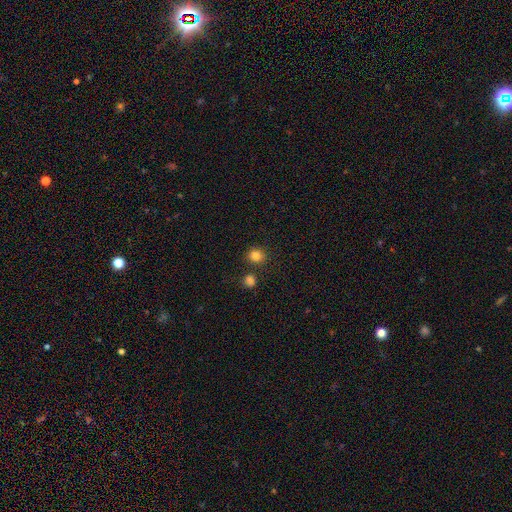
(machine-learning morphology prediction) A smooth galaxy with no disk features (83%) that is round (83%).

Vote fractions:
- Smooth or featured? smooth: 83% / star or artifact: 12% / featured or disk: 4%
- How rounded? round: 83% / in between: 16% / cigar-shaped: 1%
- Merging? none: 81% / merger: 8% / minor disturbance: 8% / major disturbance: 3%